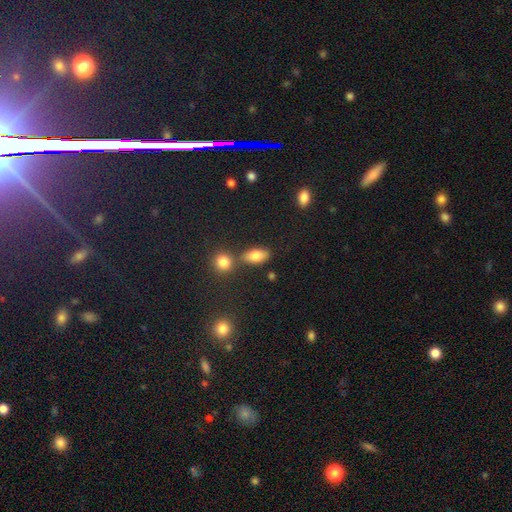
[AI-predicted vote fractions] Smooth or featured? Predicted: smooth (p=0.80). How rounded? Predicted: in between (p=0.85). Merging? Predicted: none (p=0.68).